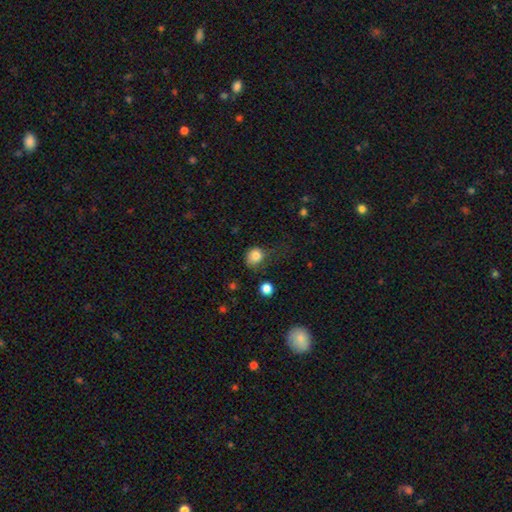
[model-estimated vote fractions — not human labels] smooth-or-featured: smooth: 82% | star or artifact: 11% | featured or disk: 7%
  how-rounded: round: 69% | in between: 30% | cigar-shaped: 1%
  merging: none: 49% | minor disturbance: 32% | major disturbance: 16% | merger: 3%